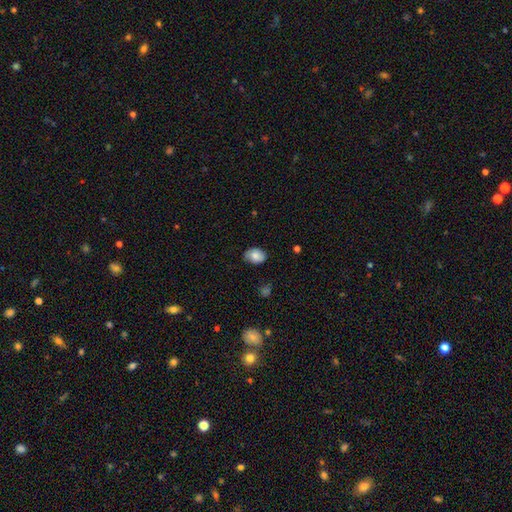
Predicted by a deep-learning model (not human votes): A smooth galaxy with no disk features (80%) that is in between round and cigar-shaped (71%). Merging: none (73%).